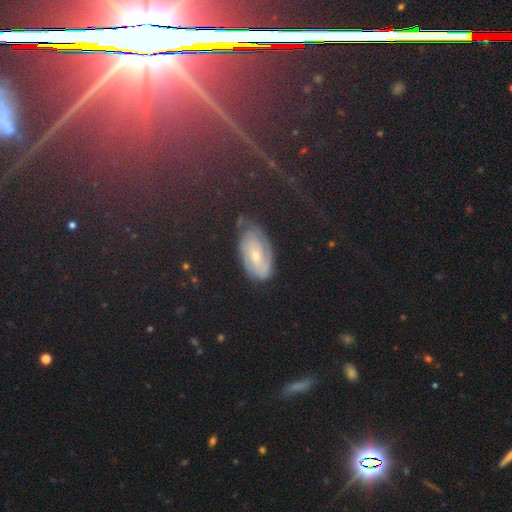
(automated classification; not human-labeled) featured or disk 56%, star or artifact 23%, smooth 22%. Down the decision tree: edge-on disk — no (92%); bar — no (59%); spiral arms — yes (79%); bulge size — small (62%); merging — none (75%).